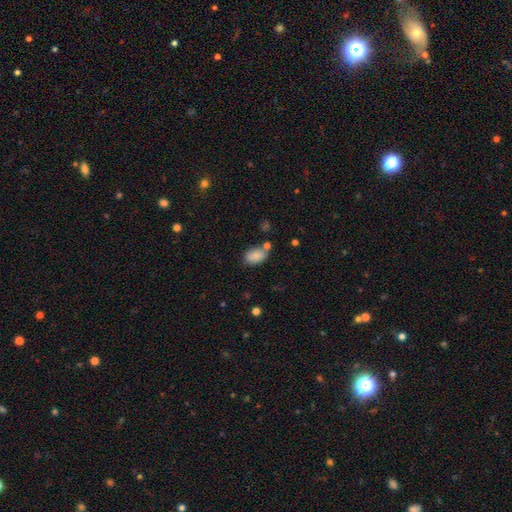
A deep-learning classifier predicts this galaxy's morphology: smooth_or_featured: smooth (p=0.86) [alt: star or artifact p=0.08]
how_rounded: in between (p=0.90) [alt: round p=0.08]
merging: none (p=0.66) [alt: minor disturbance p=0.17]